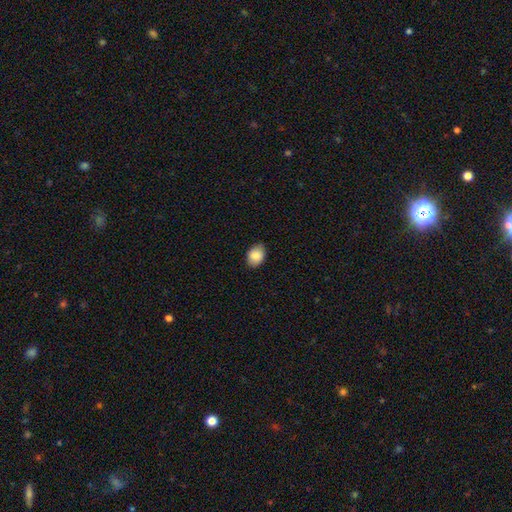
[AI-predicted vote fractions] Smooth or featured: smooth — 85% (star or artifact — 8%)
How rounded: in between — 73% (round — 26%)
Merging: none — 84% (minor disturbance — 13%)